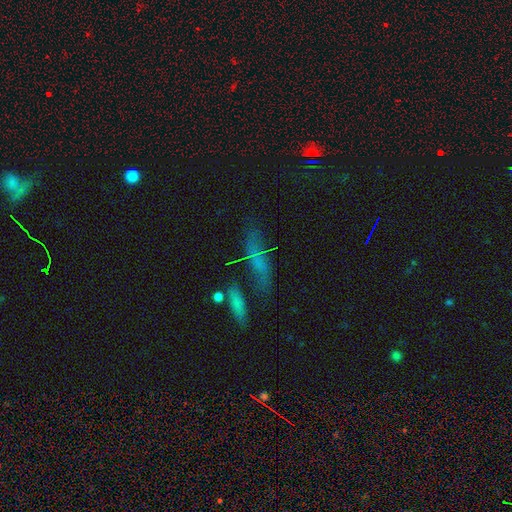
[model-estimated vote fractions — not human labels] Q: Smooth or featured?
A: smooth (40%); runner-up: featured or disk (34%)
Q: Merging?
A: none (53%); runner-up: minor disturbance (19%)